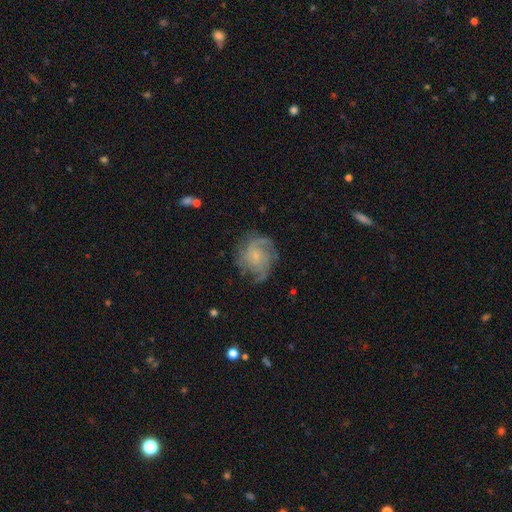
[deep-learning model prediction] The model was most divided on "spiral winding": tight: 44%, medium: 42%, loose: 14%. Remaining: edge-on disk — no (98%); spiral arms — yes (94%); smooth or featured — featured or disk (78%); bulge size — small (73%); bar — no (73%); merging — none (68%); spiral arm count — 3 (29%).